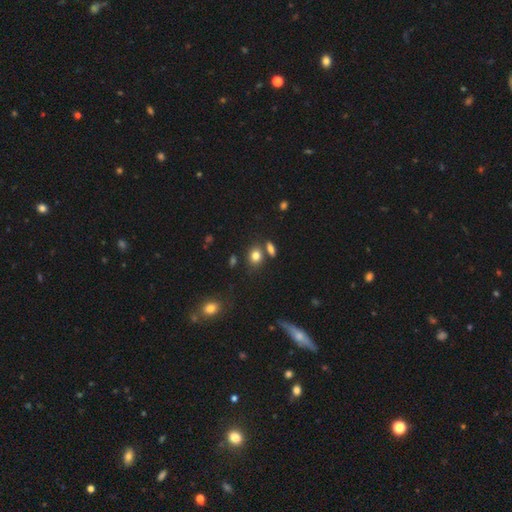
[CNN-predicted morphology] smooth_or_featured: smooth (p=0.80) [alt: star or artifact p=0.12]
how_rounded: in between (p=0.52) [alt: round p=0.46]
merging: none (p=0.68) [alt: merger p=0.16]